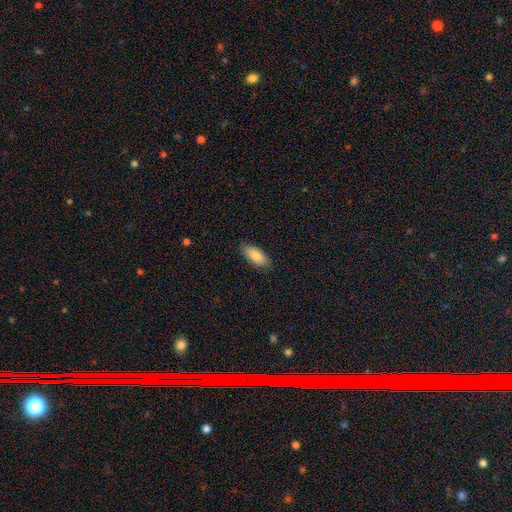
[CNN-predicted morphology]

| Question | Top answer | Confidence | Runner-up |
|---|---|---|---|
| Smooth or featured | smooth | 83% | featured or disk (11%) |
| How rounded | in between | 81% | cigar-shaped (17%) |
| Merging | none | 87% | minor disturbance (10%) |